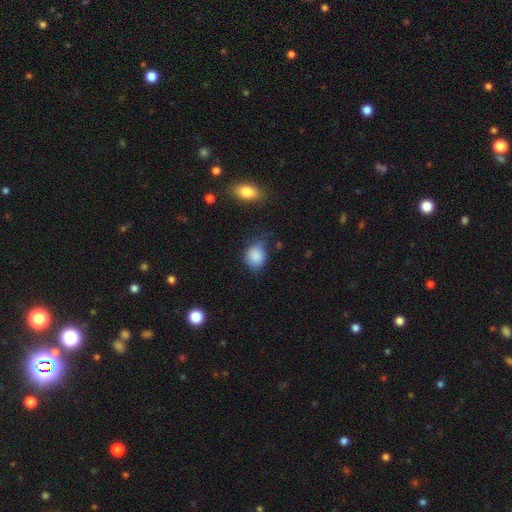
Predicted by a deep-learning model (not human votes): Smooth or featured? Predicted: smooth (p=0.86). How rounded? Predicted: round (p=0.57). Merging? Predicted: none (p=0.52).